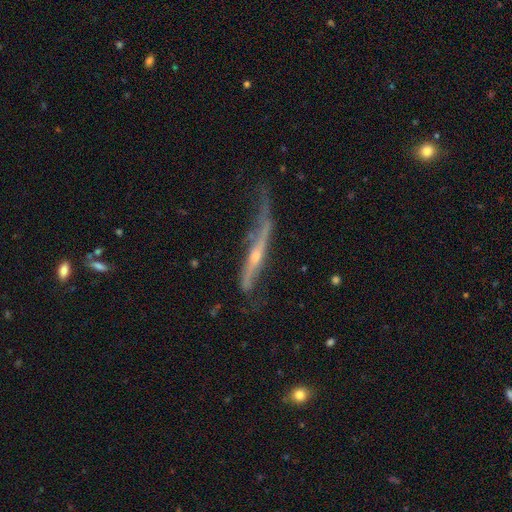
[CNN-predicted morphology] Smooth or featured?
  - featured or disk: 76% *
  - smooth: 16%
  - star or artifact: 7%
Edge-on disk?
  - yes: 75% *
  - no: 25%
Edge-on bulge?
  - rounded: 67% *
  - none: 27%
  - boxy: 6%
Merging?
  - none: 37% *
  - minor disturbance: 31%
  - major disturbance: 28%
  - merger: 4%